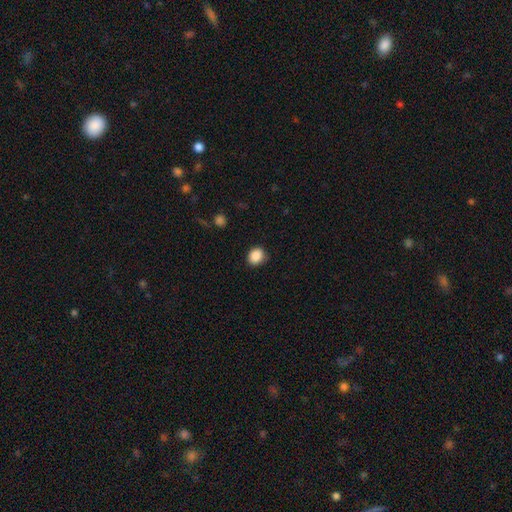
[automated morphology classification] This is clearly a smooth galaxy (88%). How rounded: likely round (60%). Merging: clearly none (85%).